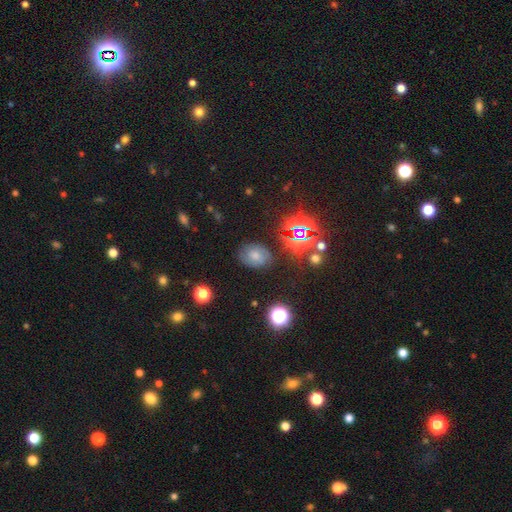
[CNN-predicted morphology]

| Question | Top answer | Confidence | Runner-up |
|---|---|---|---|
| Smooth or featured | smooth | 55% | featured or disk (23%) |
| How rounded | in between | 59% | round (40%) |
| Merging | none | 77% | minor disturbance (15%) |